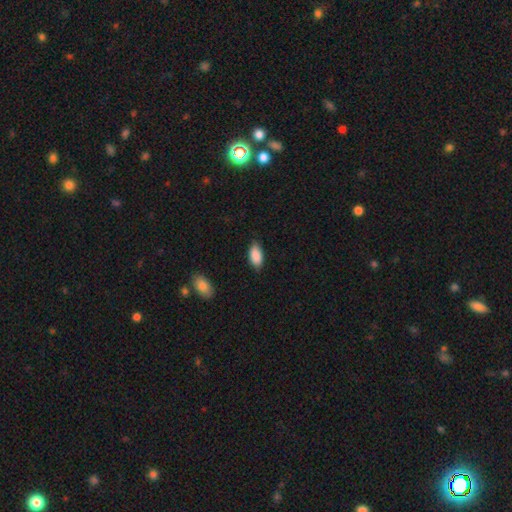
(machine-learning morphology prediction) Smooth or featured? smooth (89%)
How rounded? in between (93%)
Merging? none (82%)